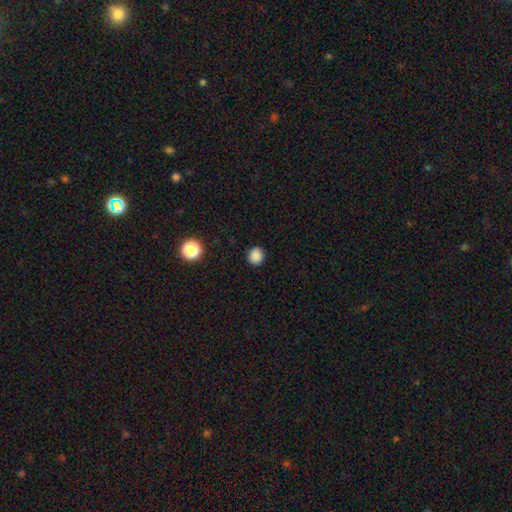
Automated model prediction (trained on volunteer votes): A smooth galaxy with no disk features (86%) that is round (90%). Merging: none (91%).